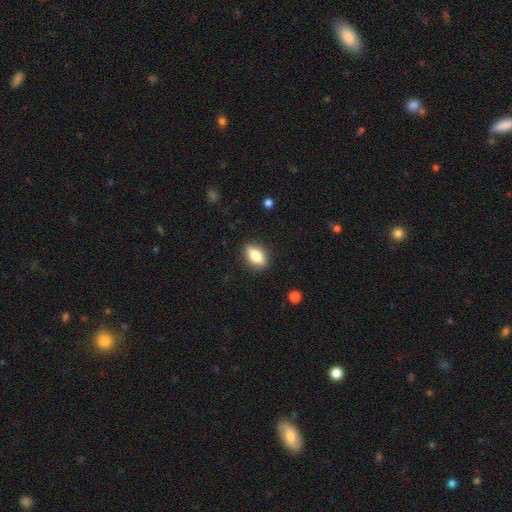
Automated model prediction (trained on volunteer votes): This is likely a smooth galaxy (68%). How rounded: likely in between (79%). Merging: clearly none (87%).